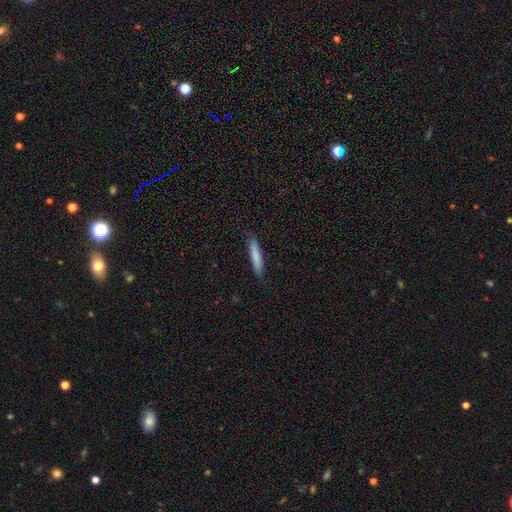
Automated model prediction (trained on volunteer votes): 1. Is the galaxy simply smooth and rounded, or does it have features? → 80% smooth, 14% featured or disk, 6% star or artifact.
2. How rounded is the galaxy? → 90% cigar-shaped, 9% in between, 1% round.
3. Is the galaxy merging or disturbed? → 83% none, 13% minor disturbance, 2% major disturbance, 1% merger.